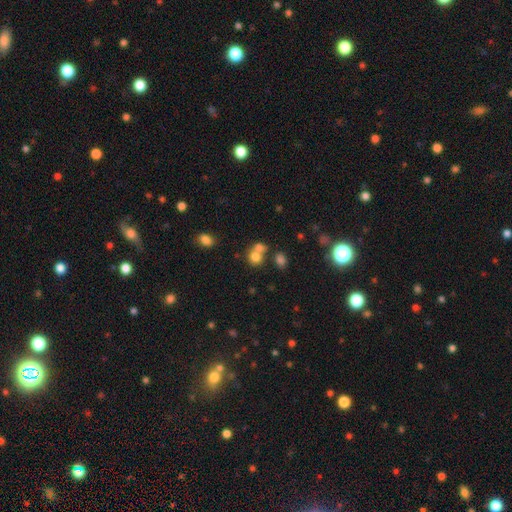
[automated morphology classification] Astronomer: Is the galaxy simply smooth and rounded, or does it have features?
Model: smooth — 74%.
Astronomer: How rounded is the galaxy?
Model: round — 72%.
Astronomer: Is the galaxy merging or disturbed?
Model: merger — 48% (runner-up: none, 40%).